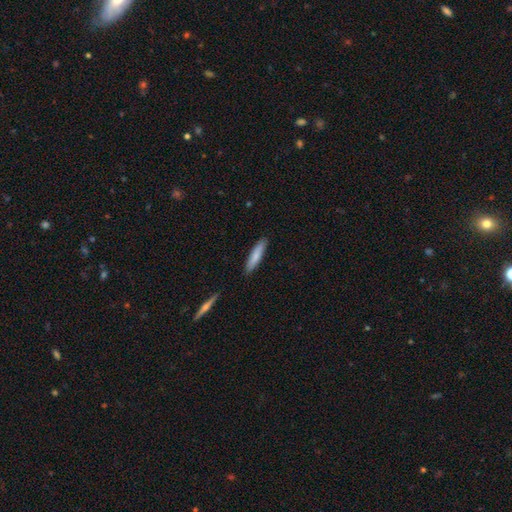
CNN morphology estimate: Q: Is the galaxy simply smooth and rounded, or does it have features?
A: smooth — 77%.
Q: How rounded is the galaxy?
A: cigar-shaped — 84%.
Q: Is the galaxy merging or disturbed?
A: none — 89%.